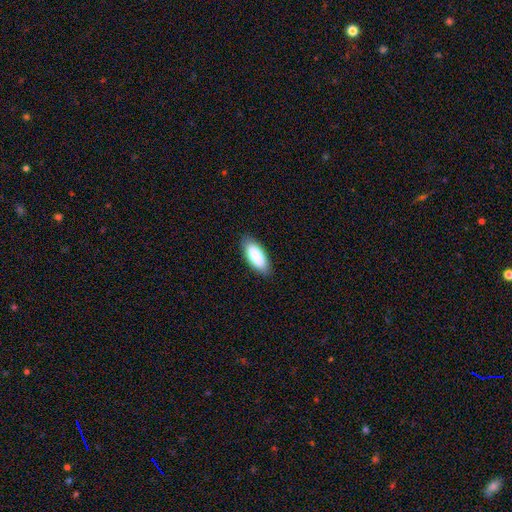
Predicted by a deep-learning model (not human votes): smooth 87%, featured or disk 8%, star or artifact 6%. Down the decision tree: how rounded — in between (82%); merging — none (86%).